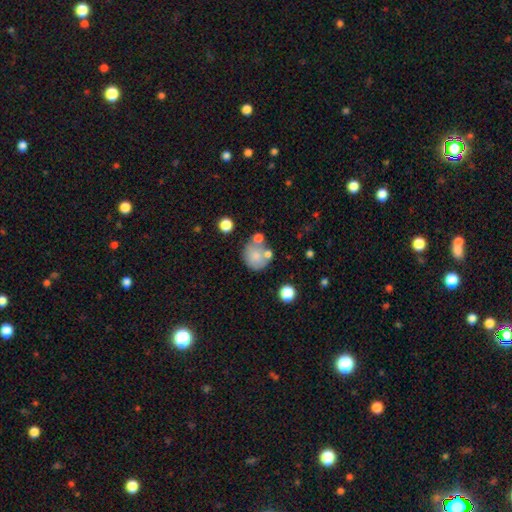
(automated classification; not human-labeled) Q: Smooth or featured?
A: smooth (72%); runner-up: featured or disk (18%)
Q: How rounded?
A: round (80%); runner-up: in between (19%)
Q: Merging?
A: none (51%); runner-up: merger (22%)